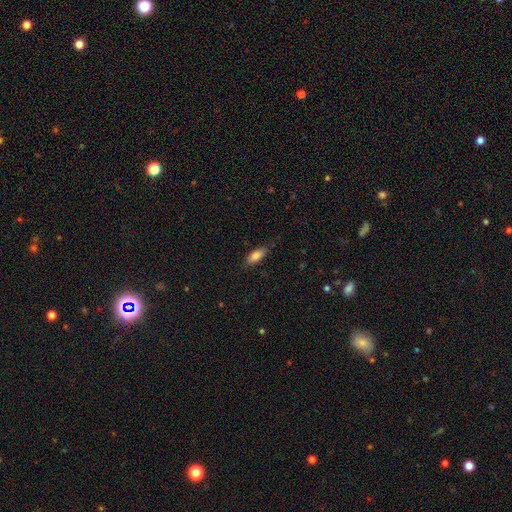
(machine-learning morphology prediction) smooth_or_featured: smooth (p=0.83) [alt: featured or disk p=0.10]
how_rounded: in between (p=0.75) [alt: cigar-shaped p=0.22]
merging: none (p=0.78) [alt: minor disturbance p=0.17]